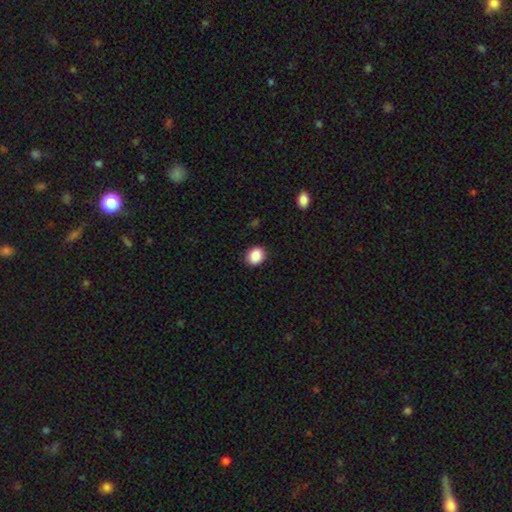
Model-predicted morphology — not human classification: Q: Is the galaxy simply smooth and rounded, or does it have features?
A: smooth — 88%.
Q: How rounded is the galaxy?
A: round — 56%.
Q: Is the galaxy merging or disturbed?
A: none — 89%.